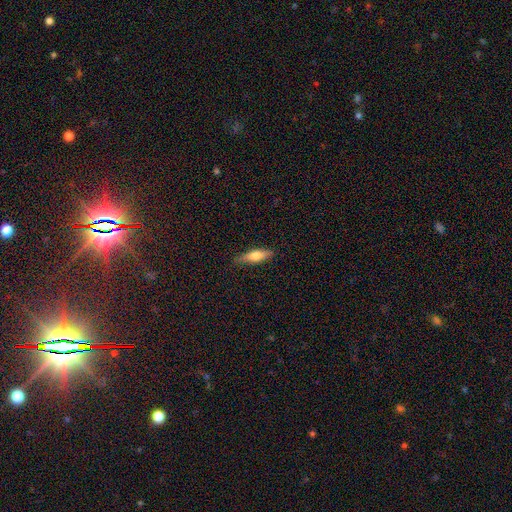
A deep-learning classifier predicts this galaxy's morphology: smooth 62%, featured or disk 32%, star or artifact 6%. Down the decision tree: how rounded — cigar-shaped (57%); merging — none (83%).